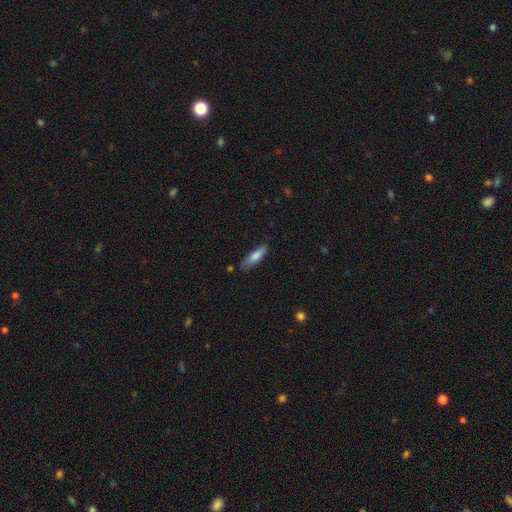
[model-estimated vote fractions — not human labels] Smooth or featured? smooth (77%)
How rounded? cigar-shaped (62%)
Merging? none (75%)